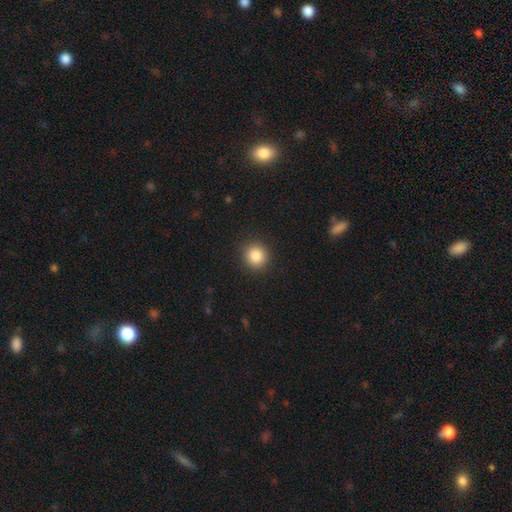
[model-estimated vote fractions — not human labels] Smooth or featured: smooth — 85% (star or artifact — 10%)
How rounded: round — 92% (in between — 7%)
Merging: none — 92% (minor disturbance — 5%)